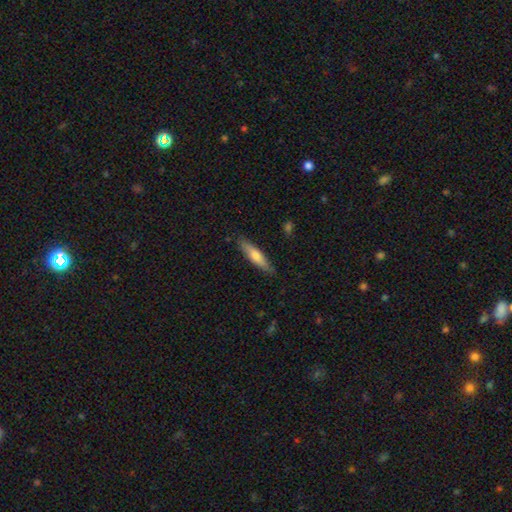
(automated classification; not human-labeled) Smooth or featured? Predicted: smooth (p=0.62). How rounded? Predicted: cigar-shaped (p=0.80). Merging? Predicted: none (p=0.86).